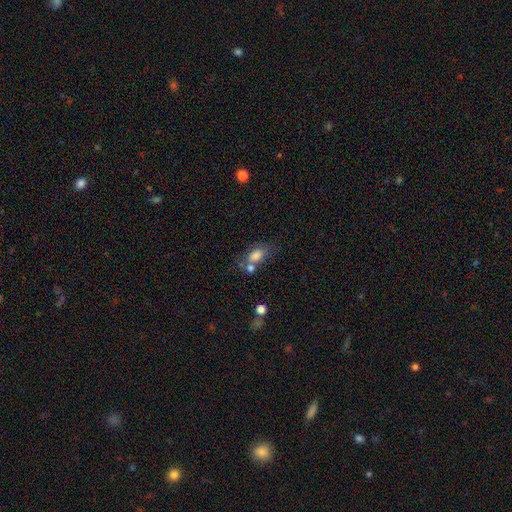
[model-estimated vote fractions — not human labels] smooth_or_featured: smooth (p=0.78) [alt: featured or disk p=0.12]
how_rounded: in between (p=0.82) [alt: round p=0.14]
merging: none (p=0.43) [alt: merger p=0.30]